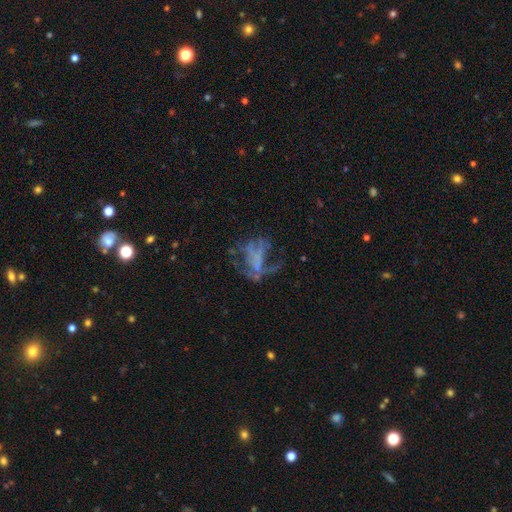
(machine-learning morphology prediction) type=featured or disk (60%); edge-on=no (97%); bar=no (77%); spiral arms=no (76%); bulge=none (81%); merging=major disturbance (46%).